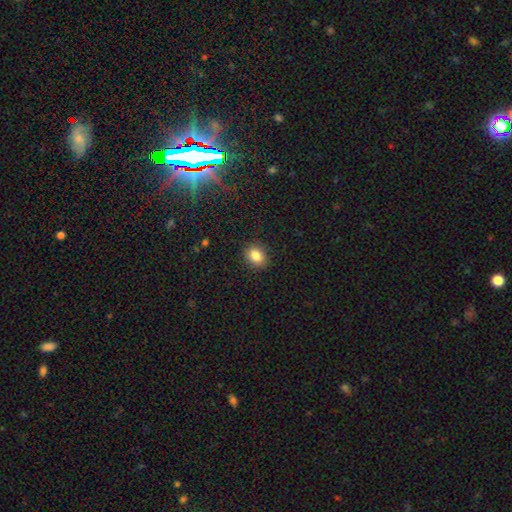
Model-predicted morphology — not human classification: Smooth or featured?
  - smooth: 85% *
  - star or artifact: 10%
  - featured or disk: 5%
How rounded?
  - in between: 51% *
  - round: 48%
  - cigar-shaped: 1%
Merging?
  - none: 88% *
  - minor disturbance: 9%
  - major disturbance: 2%
  - merger: 1%